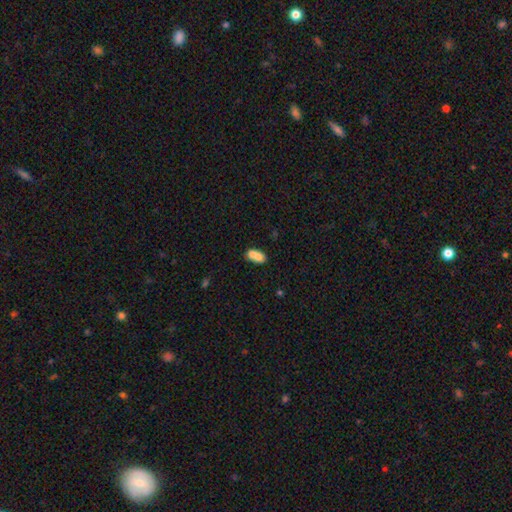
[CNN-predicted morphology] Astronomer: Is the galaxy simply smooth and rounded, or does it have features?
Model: smooth — 75%.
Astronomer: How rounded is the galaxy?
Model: in between — 81%.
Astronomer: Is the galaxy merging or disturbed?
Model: merger — 55%.